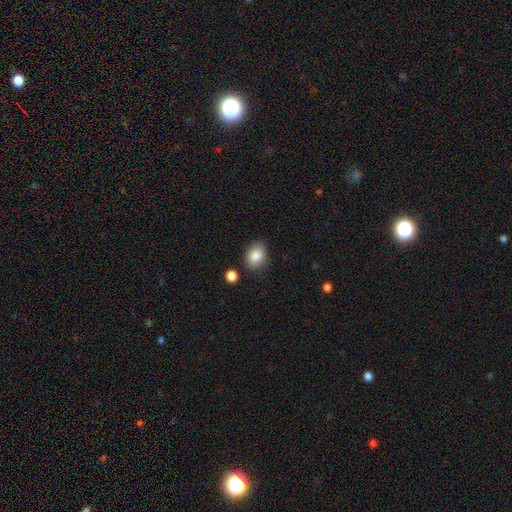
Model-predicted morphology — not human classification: Q: Smooth or featured?
A: smooth (86%); runner-up: star or artifact (8%)
Q: How rounded?
A: in between (63%); runner-up: round (36%)
Q: Merging?
A: none (83%); runner-up: minor disturbance (12%)